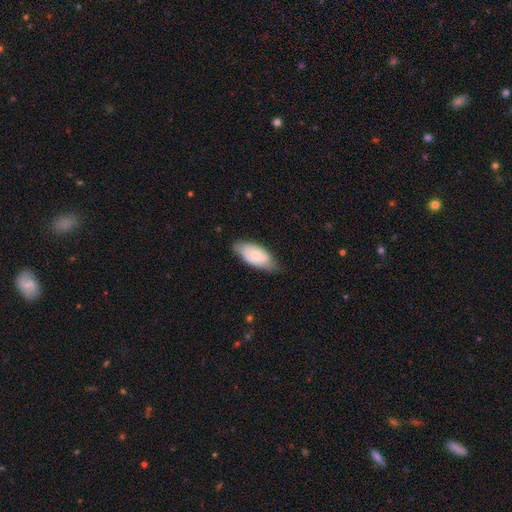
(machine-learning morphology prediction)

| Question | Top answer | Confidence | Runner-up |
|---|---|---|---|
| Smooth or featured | smooth | 61% | featured or disk (34%) |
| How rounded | in between | 92% | cigar-shaped (6%) |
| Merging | none | 70% | minor disturbance (25%) |